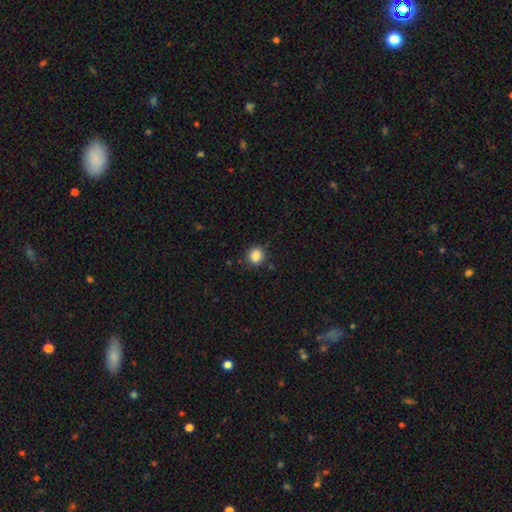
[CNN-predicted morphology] type=smooth (86%); roundness=round (86%); merging=none (88%).